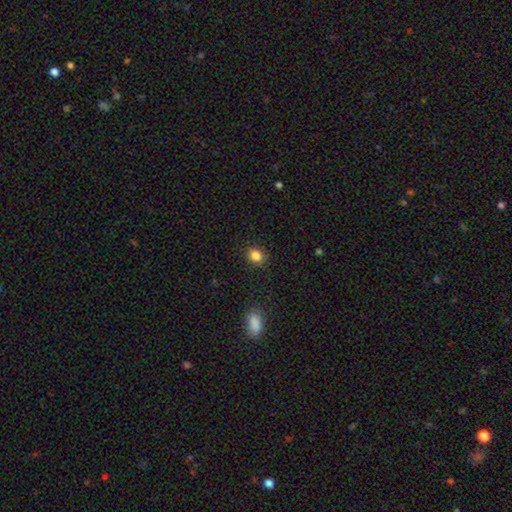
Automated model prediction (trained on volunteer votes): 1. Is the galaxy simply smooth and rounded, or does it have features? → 85% smooth, 11% star or artifact, 4% featured or disk.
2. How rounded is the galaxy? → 63% round, 36% in between, 1% cigar-shaped.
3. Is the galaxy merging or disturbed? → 89% none, 7% minor disturbance, 2% major disturbance, 1% merger.